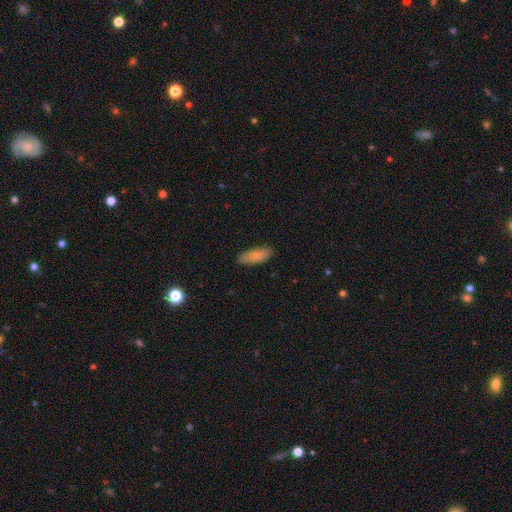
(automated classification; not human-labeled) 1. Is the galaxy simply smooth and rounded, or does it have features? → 84% smooth, 10% featured or disk, 6% star or artifact.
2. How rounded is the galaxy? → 74% in between, 25% cigar-shaped, 2% round.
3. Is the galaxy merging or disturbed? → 86% none, 11% minor disturbance, 2% major disturbance, 1% merger.